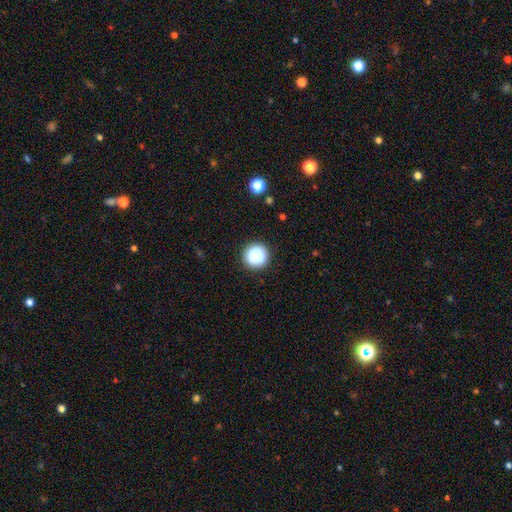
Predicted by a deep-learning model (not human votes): smooth 86%, star or artifact 8%, featured or disk 6%. Down the decision tree: how rounded — round (96%); merging — none (91%).